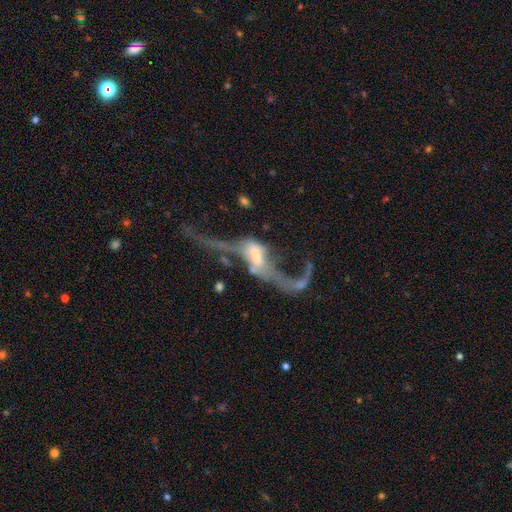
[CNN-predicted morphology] This appears to be a featured or disk galaxy (71%) with no bar (48%), spiral arms (56%) and no central bulge (28%). Merging: major disturbance (47%).